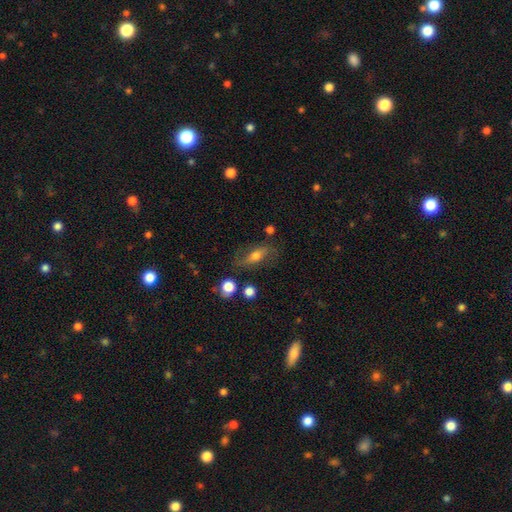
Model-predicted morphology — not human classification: This appears to be a smooth galaxy with no disk features (55%) that is in between round and cigar-shaped (70%). Merging: none (63%).